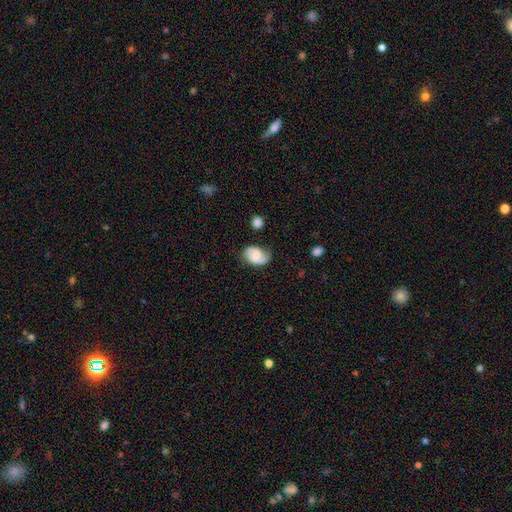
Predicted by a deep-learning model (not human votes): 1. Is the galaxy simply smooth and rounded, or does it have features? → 59% featured or disk, 33% smooth, 7% star or artifact.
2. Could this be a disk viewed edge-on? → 97% no, 3% yes.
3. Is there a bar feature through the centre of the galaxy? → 55% no, 37% weak, 8% strong.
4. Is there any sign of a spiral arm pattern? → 92% yes, 8% no.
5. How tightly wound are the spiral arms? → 44% medium, 30% loose, 27% tight.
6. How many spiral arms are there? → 79% 2, 11% 1, 7% can't tell, 1% 3, 1% 4, 1% more than 4.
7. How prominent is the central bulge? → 39% moderate, 36% small, 15% none, 8% large, 2% dominant.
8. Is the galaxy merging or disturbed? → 63% none, 25% minor disturbance, 9% major disturbance, 3% merger.